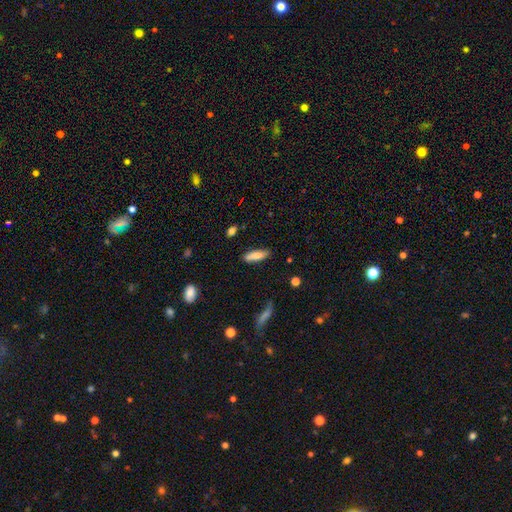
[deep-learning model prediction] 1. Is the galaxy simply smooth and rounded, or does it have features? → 80% smooth, 14% featured or disk, 6% star or artifact.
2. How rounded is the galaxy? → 50% cigar-shaped, 48% in between, 2% round.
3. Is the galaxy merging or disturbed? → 82% none, 14% minor disturbance, 3% major disturbance, 2% merger.